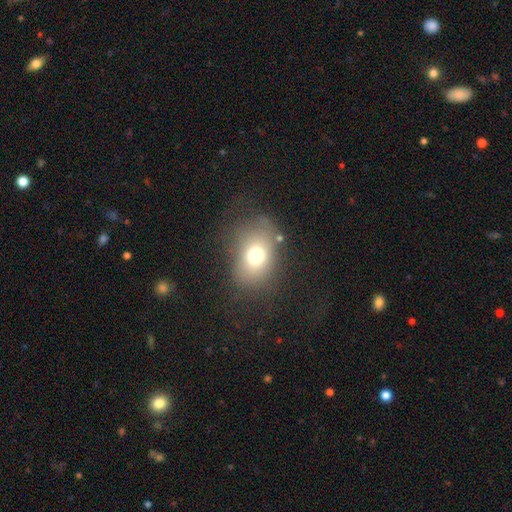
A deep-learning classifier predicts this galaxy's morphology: Smooth or featured? Predicted: smooth (p=0.71). How rounded? Predicted: in between (p=0.69). Merging? Predicted: none (p=0.64).